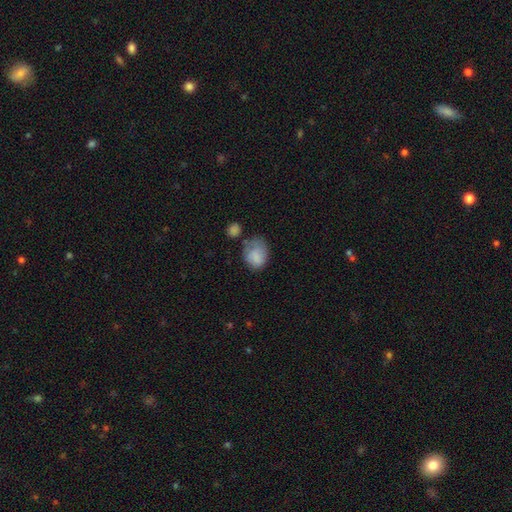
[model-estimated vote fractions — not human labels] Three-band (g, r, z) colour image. It shows a smooth galaxy with no disk features (80%) that is in between round and cigar-shaped (53%). Merging: none (41%).